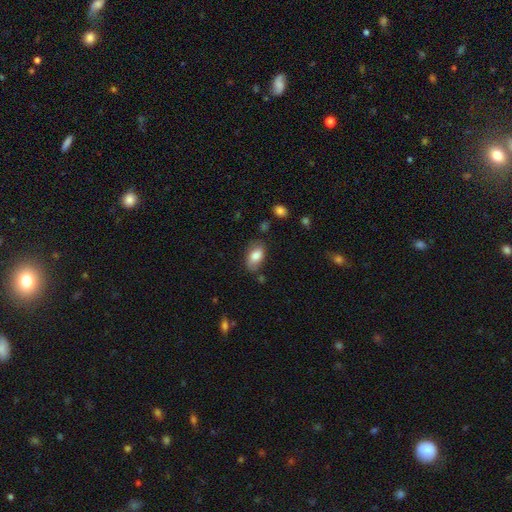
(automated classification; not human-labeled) Morphology: type=smooth (80%); roundness=in between (93%); merging=none (73%).